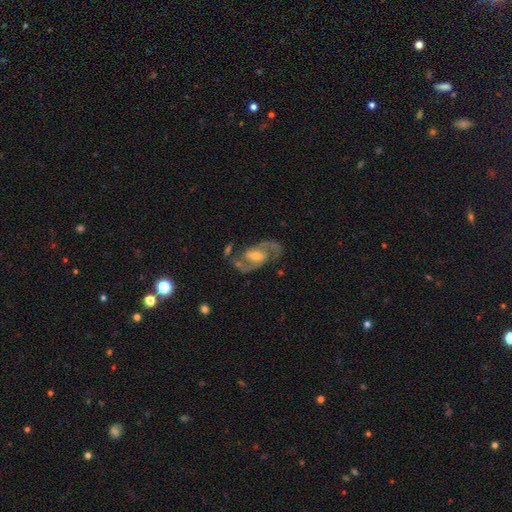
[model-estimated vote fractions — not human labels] smooth-or-featured: featured or disk: 90% | smooth: 5% | star or artifact: 5%
  disk-edge-on: no: 97% | yes: 3%
    bar: weak: 49% | strong: 26% | no: 26%
    has-spiral-arms: yes: 97% | no: 3%
      spiral-winding: medium: 62% | tight: 19% | loose: 19%
      spiral-arm-count: 2: 93% | can't tell: 2% | 3: 1% | 1: 1% | 4: 1% | more than 4: 1%
    bulge-size: moderate: 56% | small: 35% | large: 5% | none: 2% | dominant: 1%
  merging: none: 73% | minor disturbance: 15% | major disturbance: 7% | merger: 5%